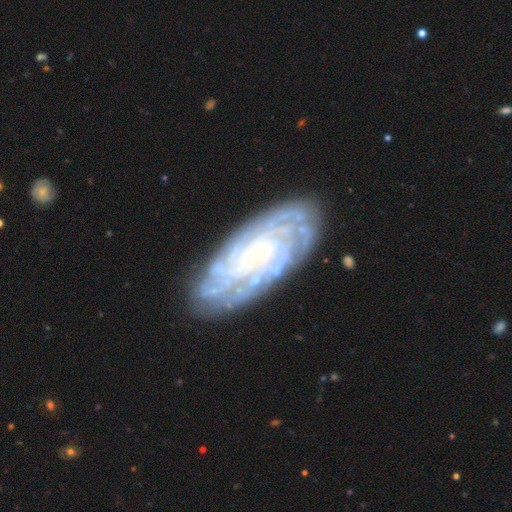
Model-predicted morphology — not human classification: Smooth or featured? Predicted: featured or disk (p=0.86). Edge-on disk? Predicted: no (p=0.93). Bar? Predicted: no (p=0.63). Spiral arms? Predicted: yes (p=0.97). Spiral winding? Predicted: tight (p=0.80). Spiral arm count? Predicted: can't tell (p=0.30). Bulge size? Predicted: small (p=0.82). Merging? Predicted: none (p=0.82).